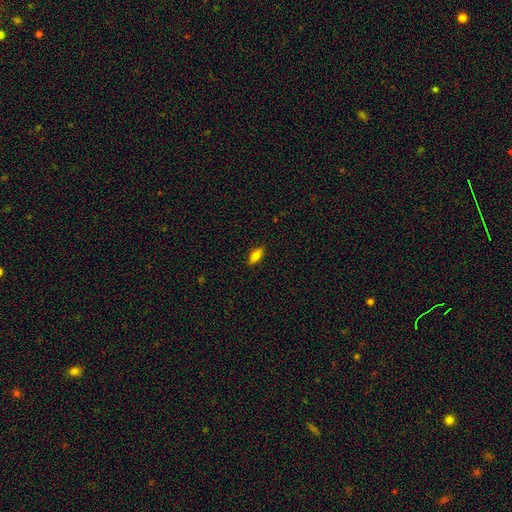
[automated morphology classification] A smooth galaxy with no disk features (76%) that is in between round and cigar-shaped (75%).

Vote fractions:
- Smooth or featured? smooth: 76% / featured or disk: 16% / star or artifact: 8%
- How rounded? in between: 75% / cigar-shaped: 22% / round: 3%
- Merging? none: 87% / minor disturbance: 10% / major disturbance: 2% / merger: 1%